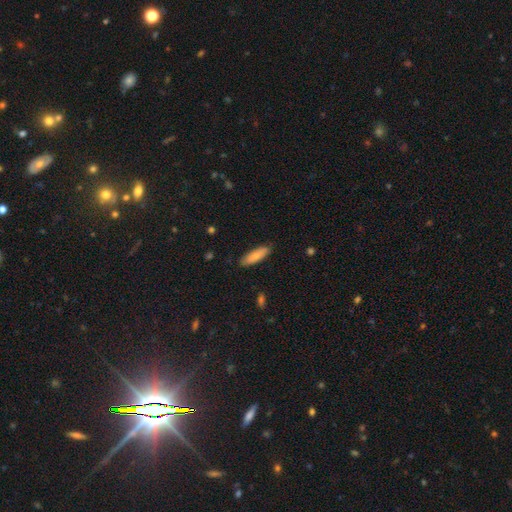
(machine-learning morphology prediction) A smooth galaxy with no disk features (79%) that is cigar-shaped (52%).

Vote fractions:
- Smooth or featured? smooth: 79% / featured or disk: 15% / star or artifact: 6%
- How rounded? cigar-shaped: 52% / in between: 46% / round: 2%
- Merging? none: 86% / minor disturbance: 11% / major disturbance: 2% / merger: 1%